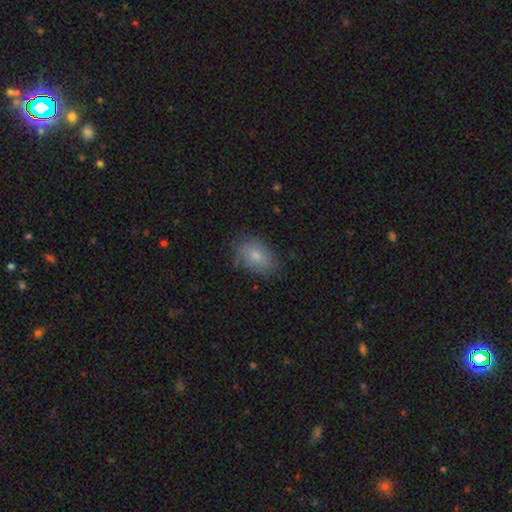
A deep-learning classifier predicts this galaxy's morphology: Q: Smooth or featured?
A: smooth (76%); runner-up: featured or disk (16%)
Q: How rounded?
A: in between (81%); runner-up: round (18%)
Q: Merging?
A: none (70%); runner-up: minor disturbance (23%)